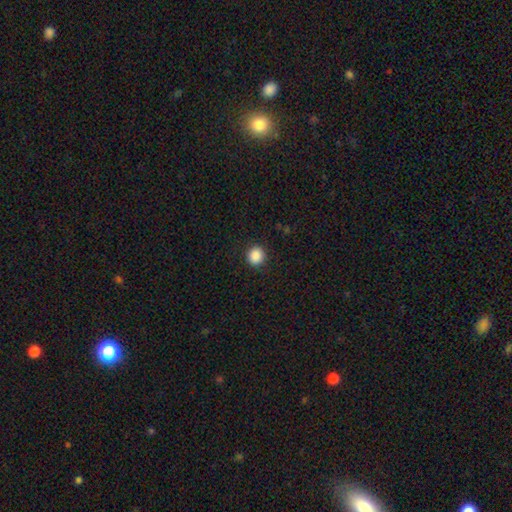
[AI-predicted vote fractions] Morphology: type=smooth (88%); roundness=round (89%); merging=none (91%).